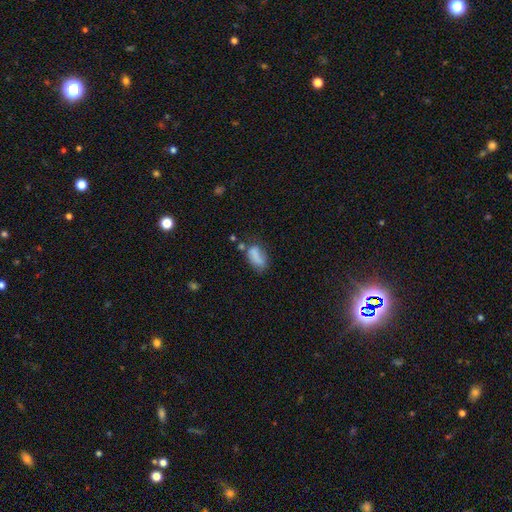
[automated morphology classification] A smooth galaxy with no disk features (77%) that is in between round and cigar-shaped (88%). Merging: none (44%).